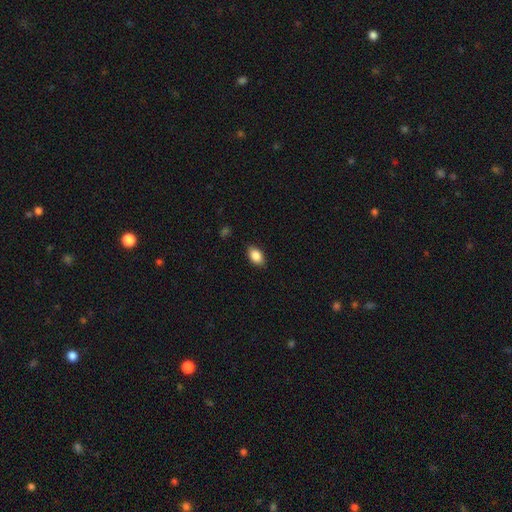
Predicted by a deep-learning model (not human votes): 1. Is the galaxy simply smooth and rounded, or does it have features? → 87% smooth, 8% star or artifact, 5% featured or disk.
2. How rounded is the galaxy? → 89% in between, 9% round, 2% cigar-shaped.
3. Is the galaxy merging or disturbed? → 86% none, 10% minor disturbance, 2% major disturbance, 1% merger.